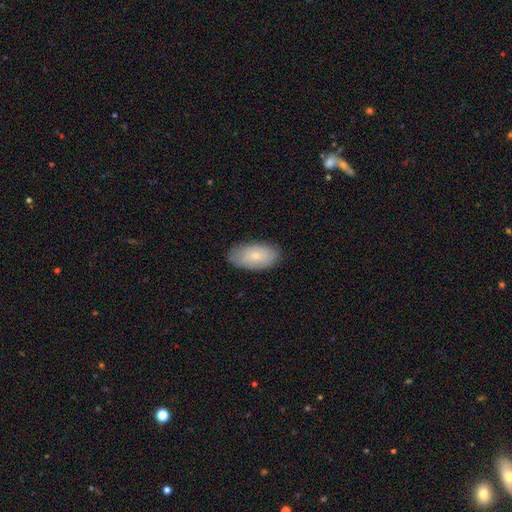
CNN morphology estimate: The model was most divided on "smooth or featured": smooth: 75%, featured or disk: 19%, star or artifact: 6%. More confident: how rounded — in between (94%); merging — none (82%).